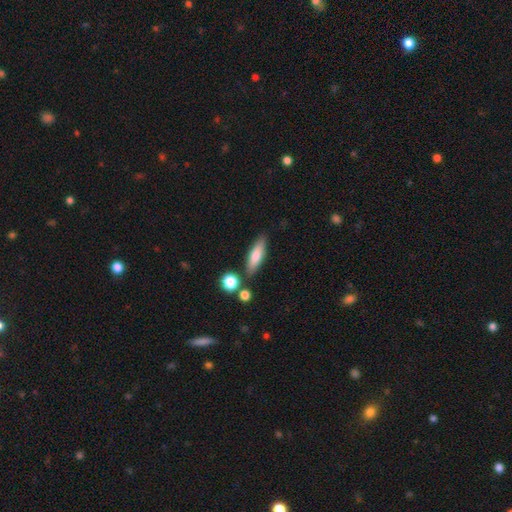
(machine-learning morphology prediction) A smooth galaxy with no disk features (73%) that is cigar-shaped (54%).

Vote fractions:
- Smooth or featured? smooth: 73% / featured or disk: 21% / star or artifact: 7%
- How rounded? cigar-shaped: 54% / in between: 43% / round: 3%
- Merging? none: 78% / minor disturbance: 12% / merger: 7% / major disturbance: 3%